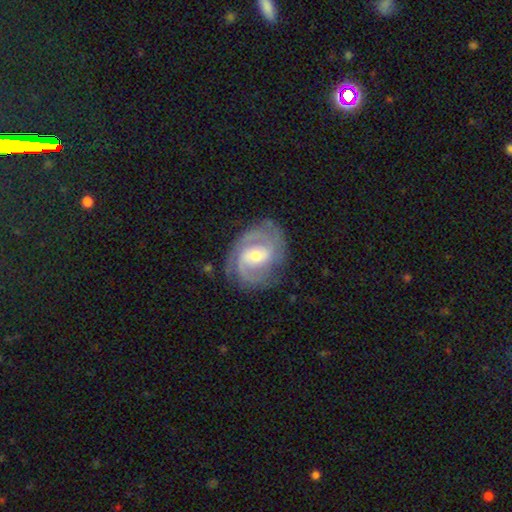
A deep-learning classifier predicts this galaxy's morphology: A featured or disk galaxy (87%) with a weak bar (47%), 2 (54%) tight (50%) spiral arms (96%) and a moderate central bulge (58%).

Vote fractions:
- Smooth or featured? featured or disk: 87% / smooth: 8% / star or artifact: 5%
- Edge-on disk? no: 97% / yes: 3%
- Bar? weak: 47% / no: 36% / strong: 17%
- Spiral arms? yes: 96% / no: 4%
- Spiral winding? tight: 50% / medium: 41% / loose: 10%
- Spiral arm count? 2: 54% / 3: 21% / can't tell: 14% / 1: 4% / 4: 4% / more than 4: 3%
- Bulge size? moderate: 58% / small: 37% / large: 4% / none: 1% / dominant: 1%
- Merging? none: 75% / minor disturbance: 17% / major disturbance: 7% / merger: 1%